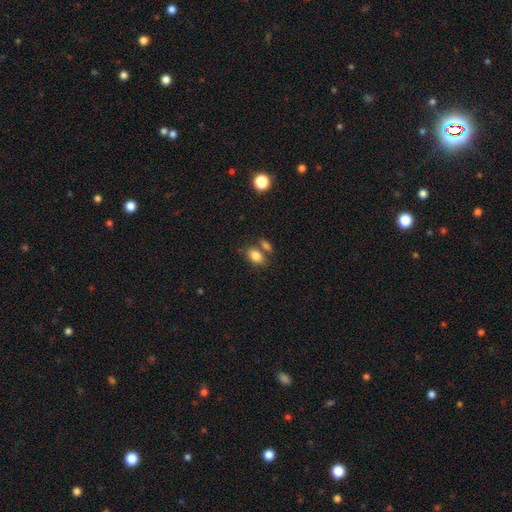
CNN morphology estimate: smooth 83%, star or artifact 9%, featured or disk 8%. Down the decision tree: how rounded — in between (84%); merging — none (53%).